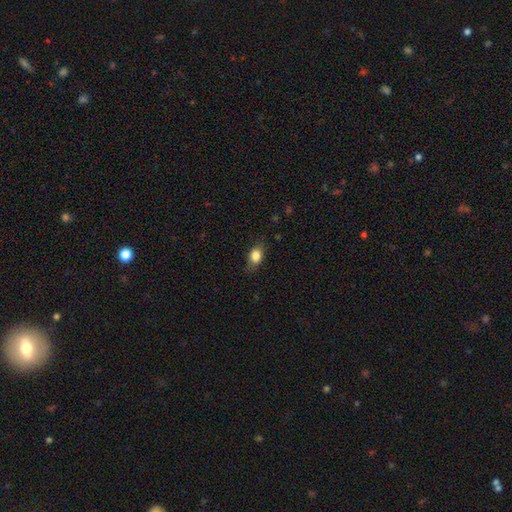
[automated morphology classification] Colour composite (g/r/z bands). It shows a smooth galaxy with no disk features (81%) that is in between round and cigar-shaped (76%). Merging: none (72%).